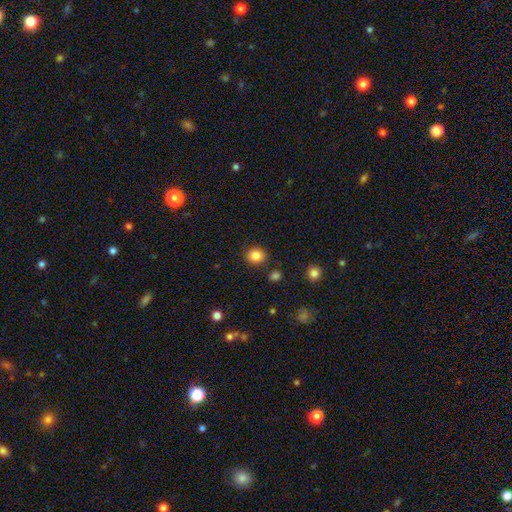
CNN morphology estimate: This is clearly a smooth galaxy (85%). How rounded: likely round (78%). Merging: clearly none (85%).